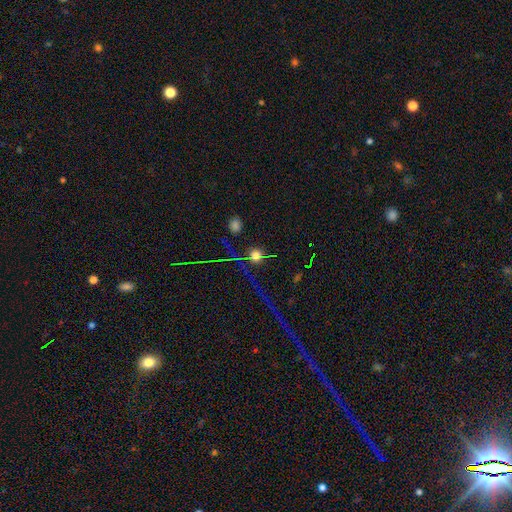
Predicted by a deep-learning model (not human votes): Q: Smooth or featured?
A: smooth (50%); runner-up: star or artifact (37%)
Q: Merging?
A: none (78%); runner-up: minor disturbance (10%)